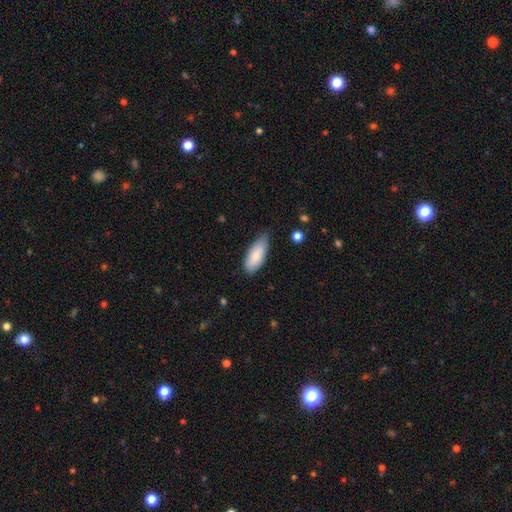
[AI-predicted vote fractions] Smooth or featured?
  - smooth: 83% *
  - featured or disk: 11%
  - star or artifact: 6%
How rounded?
  - in between: 82% *
  - cigar-shaped: 16%
  - round: 2%
Merging?
  - none: 63% *
  - minor disturbance: 31%
  - major disturbance: 4%
  - merger: 2%